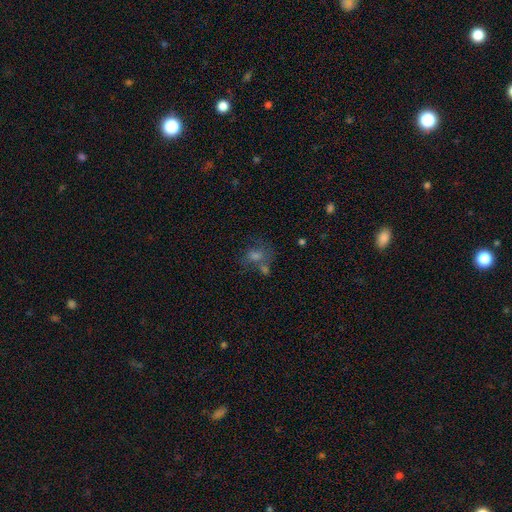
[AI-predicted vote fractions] Smooth or featured: smooth — 44% (featured or disk — 31%)
Merging: none — 48% (merger — 23%)